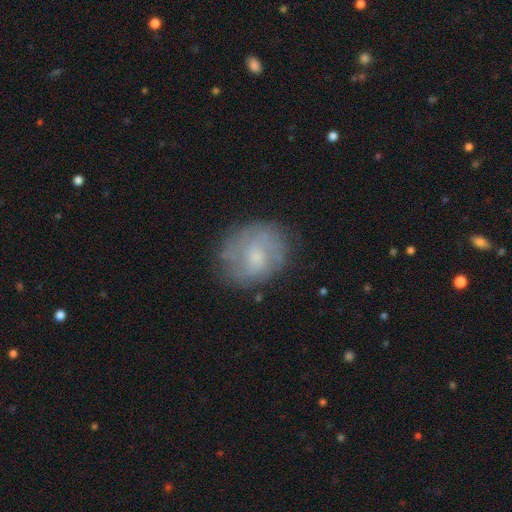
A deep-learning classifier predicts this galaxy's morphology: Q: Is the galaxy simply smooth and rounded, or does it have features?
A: featured or disk — 54%.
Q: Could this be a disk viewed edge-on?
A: no — 97%.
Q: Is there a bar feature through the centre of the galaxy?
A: no — 63%.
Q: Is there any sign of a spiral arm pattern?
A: yes — 74%.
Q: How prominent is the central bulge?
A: small — 49%.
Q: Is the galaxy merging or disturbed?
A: none — 73%.